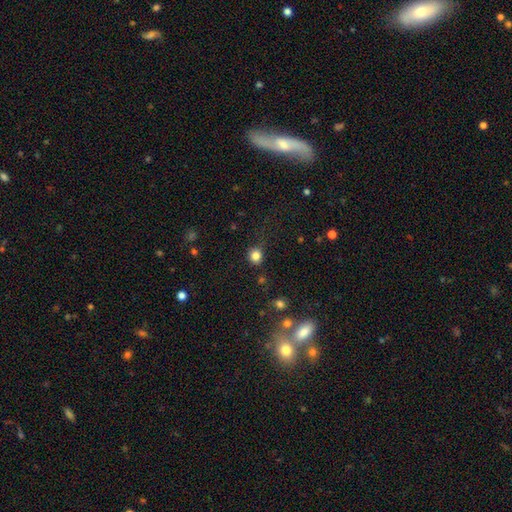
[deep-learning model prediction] Smooth or featured: smooth — 83% (star or artifact — 12%)
How rounded: round — 87% (in between — 13%)
Merging: none — 80% (minor disturbance — 14%)